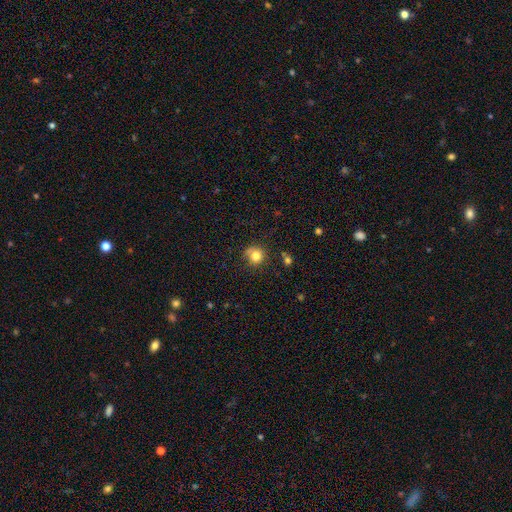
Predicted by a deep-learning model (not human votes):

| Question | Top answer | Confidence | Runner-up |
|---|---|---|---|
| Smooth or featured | smooth | 79% | star or artifact (12%) |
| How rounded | round | 89% | in between (10%) |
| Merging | none | 70% | minor disturbance (18%) |